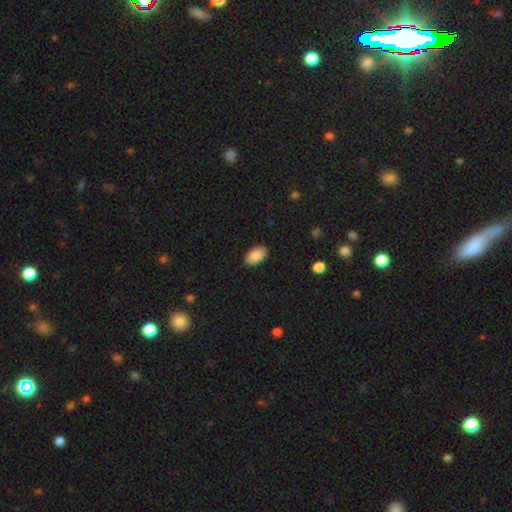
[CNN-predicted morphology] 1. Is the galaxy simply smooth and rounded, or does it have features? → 89% smooth, 7% star or artifact, 4% featured or disk.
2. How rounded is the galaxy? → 94% in between, 5% round, 1% cigar-shaped.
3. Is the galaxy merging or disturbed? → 88% none, 9% minor disturbance, 2% major disturbance, 1% merger.